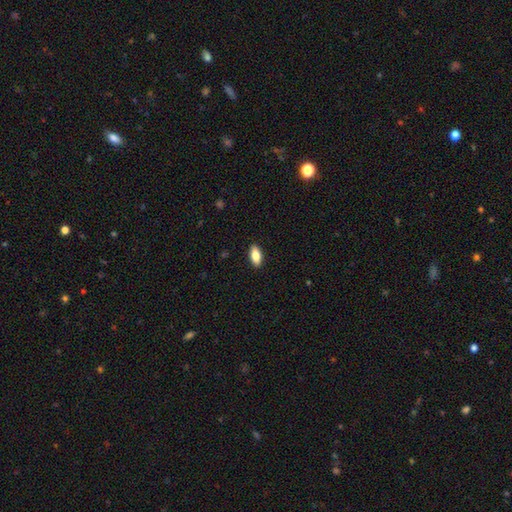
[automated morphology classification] A smooth galaxy with no disk features (81%) that is in between round and cigar-shaped (87%).

Vote fractions:
- Smooth or featured? smooth: 81% / featured or disk: 13% / star or artifact: 6%
- How rounded? in between: 87% / cigar-shaped: 10% / round: 3%
- Merging? none: 90% / minor disturbance: 7% / major disturbance: 2% / merger: 1%